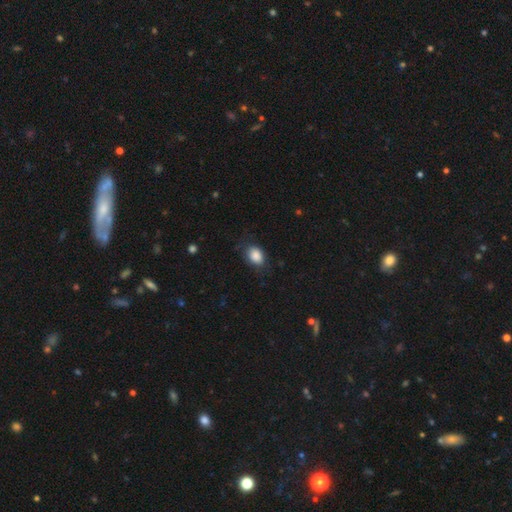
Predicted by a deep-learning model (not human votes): The model was most divided on "how rounded": in between: 72%, round: 27%, cigar-shaped: 1%. More confident: smooth or featured — smooth (87%); merging — none (74%).